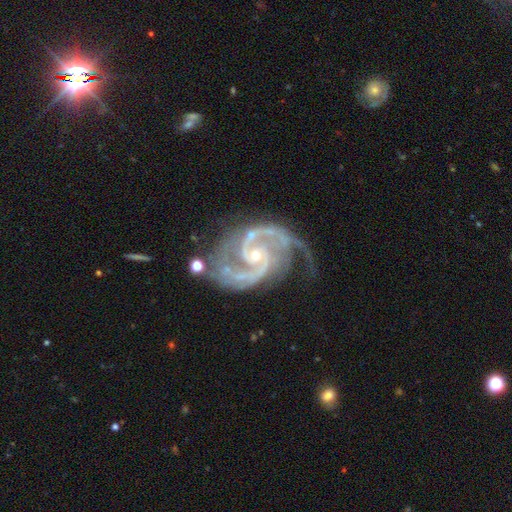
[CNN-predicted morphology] Smooth or featured?
  - featured or disk: 94% *
  - star or artifact: 5%
  - smooth: 2%
Edge-on disk?
  - no: 98% *
  - yes: 2%
Bar?
  - no: 57% *
  - weak: 31%
  - strong: 12%
Spiral arms?
  - yes: 99% *
  - no: 1%
Spiral winding?
  - medium: 60% *
  - tight: 28%
  - loose: 11%
Spiral arm count?
  - 2: 84% *
  - 3: 7%
  - can't tell: 3%
  - 4: 2%
  - 1: 2%
  - more than 4: 2%
Bulge size?
  - small: 73% *
  - moderate: 24%
  - none: 1%
  - large: 1%
  - dominant: 1%
Merging?
  - none: 56% *
  - minor disturbance: 24%
  - major disturbance: 16%
  - merger: 4%